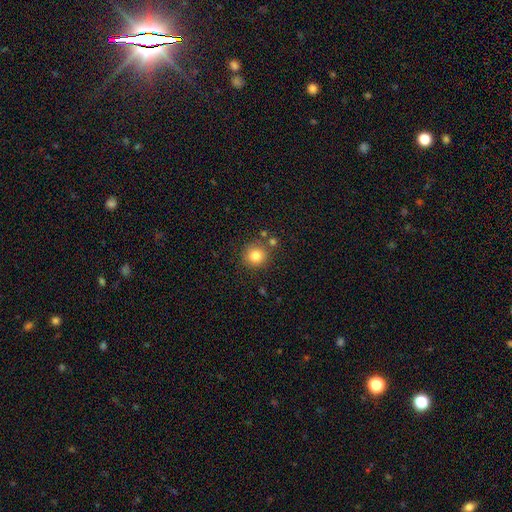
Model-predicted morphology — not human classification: This appears to be a smooth galaxy with no disk features (82%) that is round (91%). Merging: none (79%).